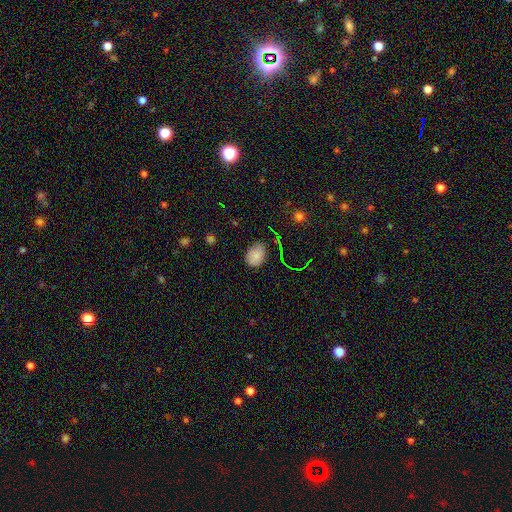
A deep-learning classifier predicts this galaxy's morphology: Overall: smooth (77%). How rounded: in between (69%; round 30%). Merging: none (71%).